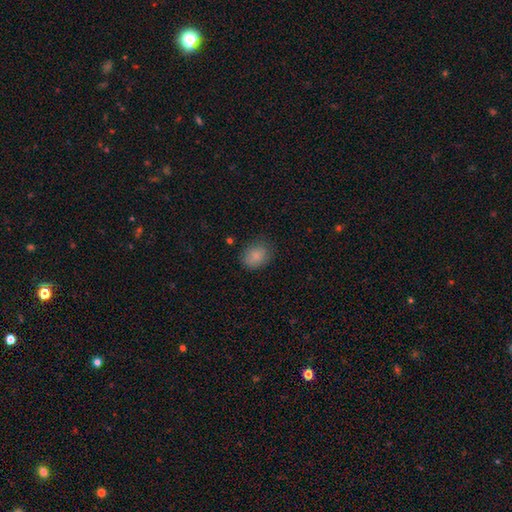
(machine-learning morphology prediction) Smooth or featured? Predicted: smooth (p=0.86). How rounded? Predicted: in between (p=0.55). Merging? Predicted: none (p=0.78).